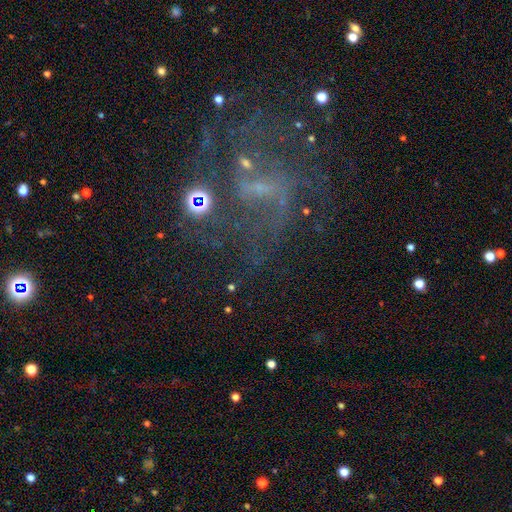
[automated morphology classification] This appears to be a featured or disk galaxy (62%) with a weak bar (43%), spiral arms (71%) and a small central bulge (51%). Merging: none (51%).